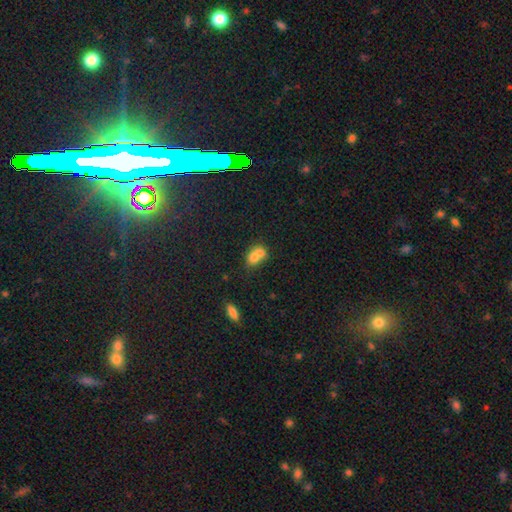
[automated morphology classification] Smooth or featured? smooth (71%)
How rounded? in between (53%)
Merging? merger (69%)